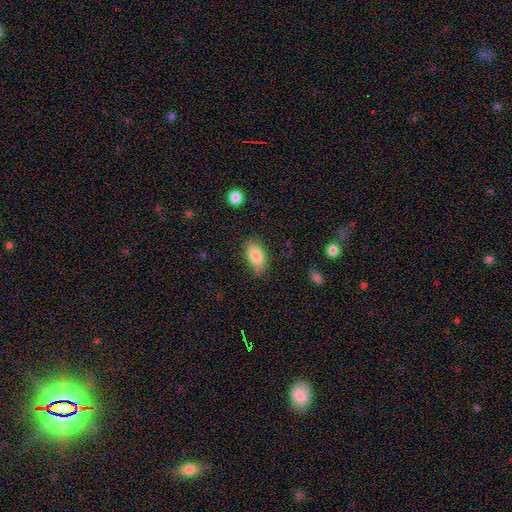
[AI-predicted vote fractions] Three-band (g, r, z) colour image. It shows a smooth galaxy with no disk features (84%) that is in between round and cigar-shaped (91%). Merging: none (74%).